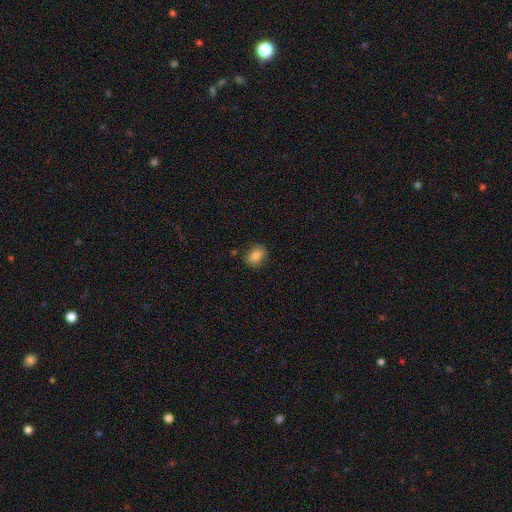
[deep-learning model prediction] Q: Smooth or featured?
A: smooth (84%); runner-up: star or artifact (9%)
Q: How rounded?
A: in between (77%); runner-up: round (21%)
Q: Merging?
A: none (82%); runner-up: minor disturbance (13%)